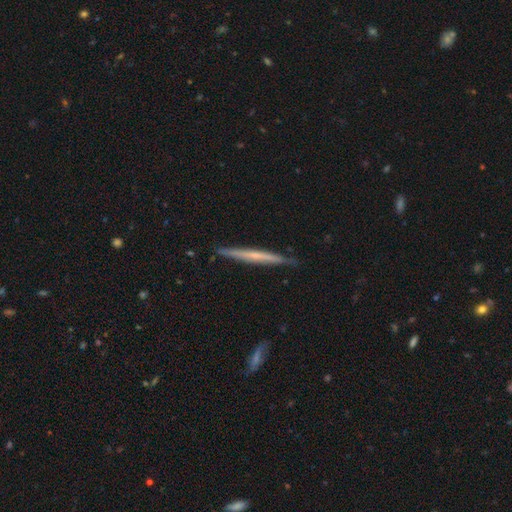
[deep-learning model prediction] This is possibly a featured or disk galaxy (55%). It is clearly viewed edge-on (97%). Edge-on bulge: likely none (73%). Merging: clearly none (88%).